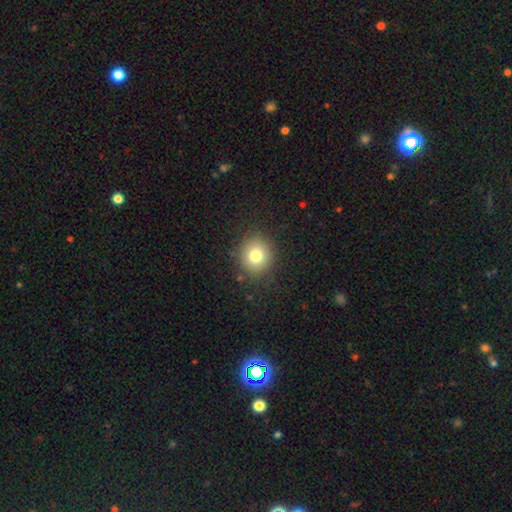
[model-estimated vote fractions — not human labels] Smooth or featured? smooth (77%)
How rounded? round (84%)
Merging? none (88%)